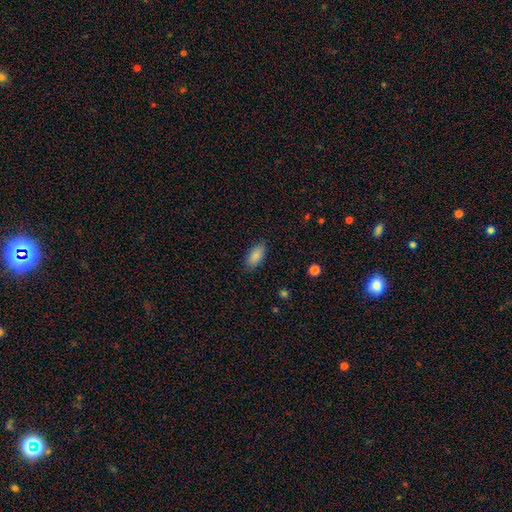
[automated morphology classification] Q: Smooth or featured?
A: smooth (87%); runner-up: star or artifact (7%)
Q: How rounded?
A: in between (86%); runner-up: cigar-shaped (11%)
Q: Merging?
A: none (84%); runner-up: minor disturbance (12%)